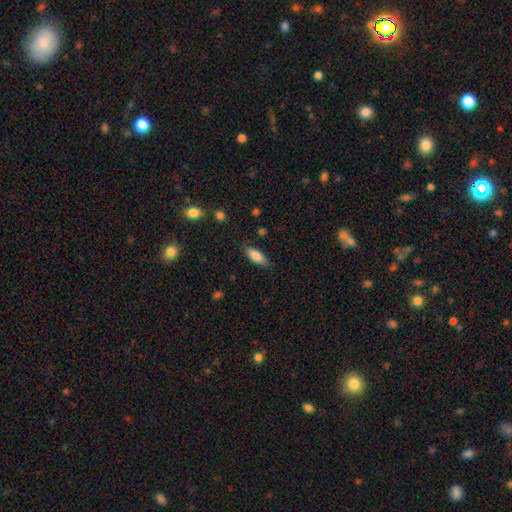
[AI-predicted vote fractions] Smooth or featured?
  - smooth: 82% *
  - featured or disk: 11%
  - star or artifact: 7%
How rounded?
  - in between: 75% *
  - cigar-shaped: 23%
  - round: 2%
Merging?
  - none: 81% *
  - minor disturbance: 14%
  - major disturbance: 3%
  - merger: 1%